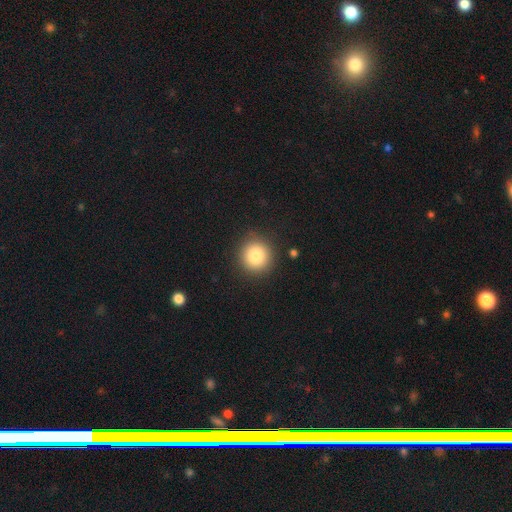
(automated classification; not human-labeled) smooth_or_featured: smooth (p=0.82) [alt: star or artifact p=0.10]
how_rounded: round (p=0.94) [alt: in between p=0.05]
merging: none (p=0.88) [alt: minor disturbance p=0.08]